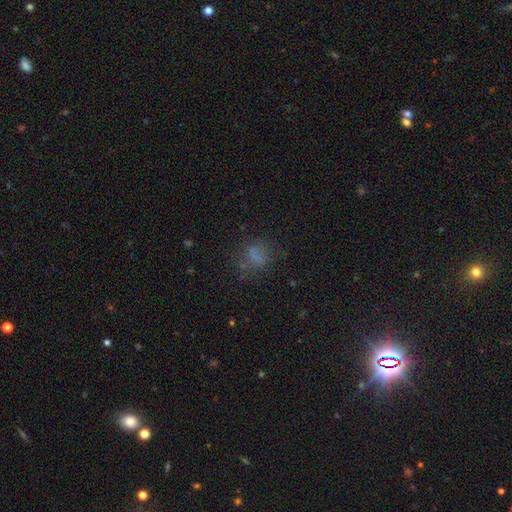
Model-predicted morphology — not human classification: A smooth galaxy with no disk features (58%) that is round (56%).

Vote fractions:
- Smooth or featured? smooth: 58% / star or artifact: 22% / featured or disk: 20%
- How rounded? round: 56% / in between: 41% / cigar-shaped: 2%
- Merging? none: 57% / minor disturbance: 20% / major disturbance: 18% / merger: 4%